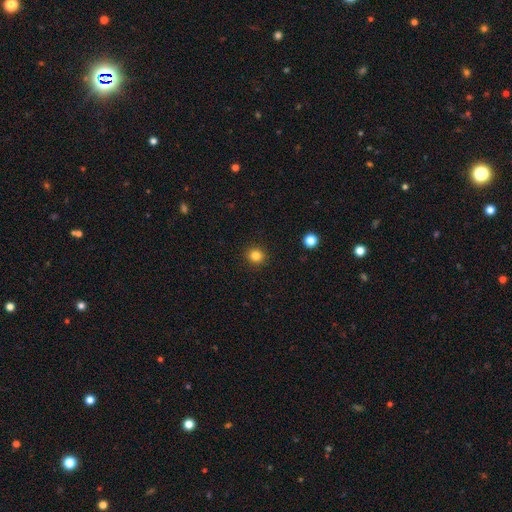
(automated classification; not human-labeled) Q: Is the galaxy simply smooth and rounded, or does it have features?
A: smooth — 83%.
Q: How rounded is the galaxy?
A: round — 92%.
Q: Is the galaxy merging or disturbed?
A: none — 92%.